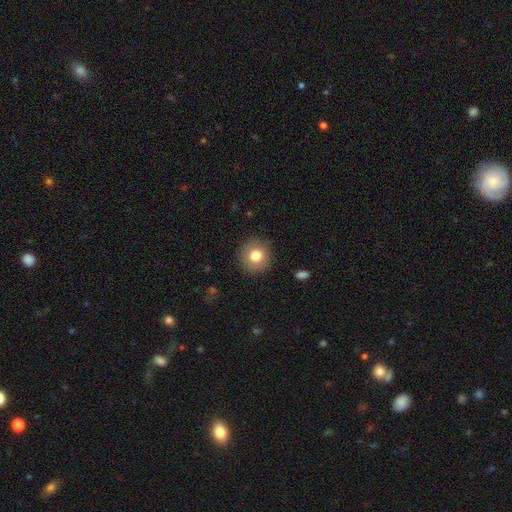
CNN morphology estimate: Smooth or featured? Predicted: smooth (p=0.79). How rounded? Predicted: round (p=0.91). Merging? Predicted: none (p=0.89).